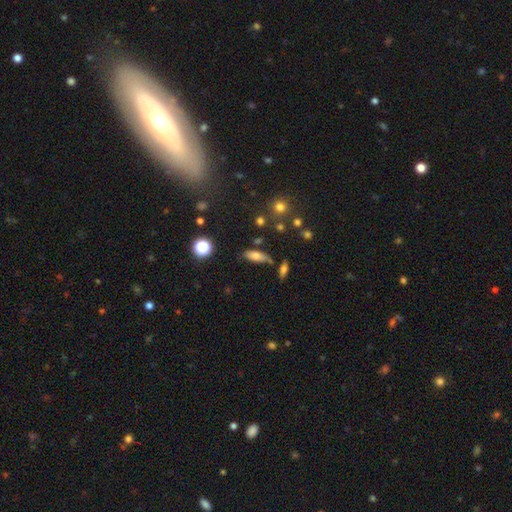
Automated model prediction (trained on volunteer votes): A smooth galaxy with no disk features (70%) that is in between round and cigar-shaped (70%). Merging: none (64%).